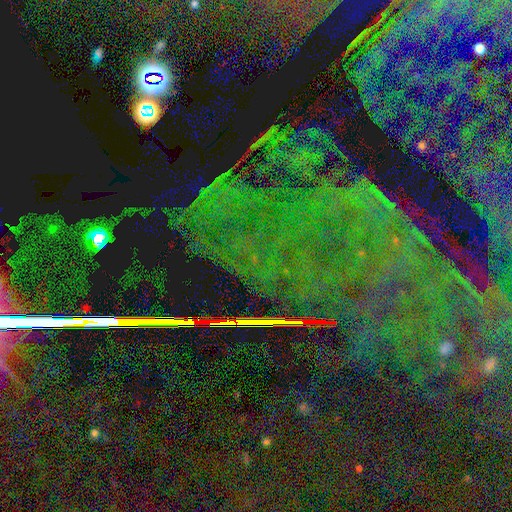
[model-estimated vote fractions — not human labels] Smooth or featured? star or artifact (86%)